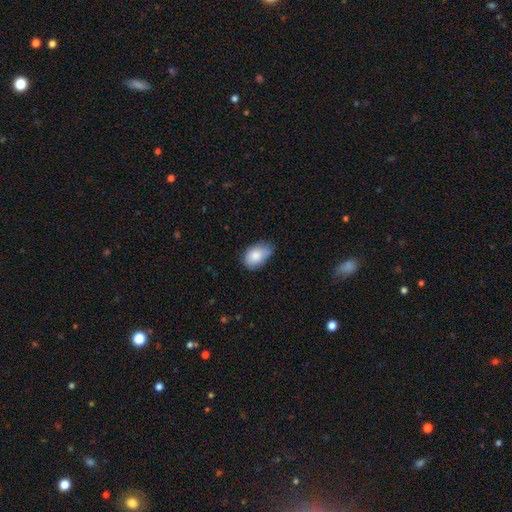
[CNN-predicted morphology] Smooth or featured?
  - smooth: 84% *
  - featured or disk: 9%
  - star or artifact: 7%
How rounded?
  - in between: 89% *
  - round: 10%
  - cigar-shaped: 1%
Merging?
  - none: 58% *
  - minor disturbance: 35%
  - major disturbance: 6%
  - merger: 2%